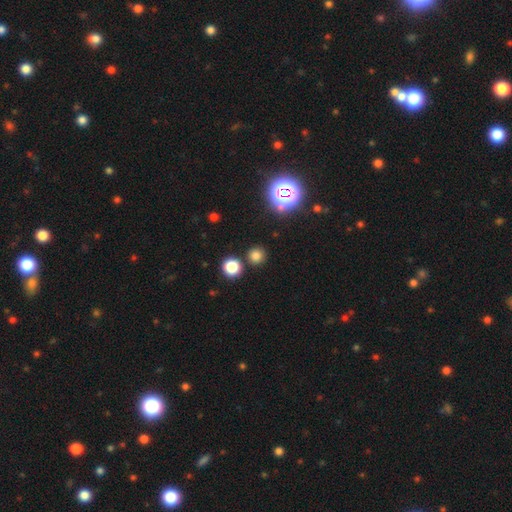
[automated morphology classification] A smooth galaxy with no disk features (74%) that is round (92%).

Vote fractions:
- Smooth or featured? smooth: 74% / star or artifact: 21% / featured or disk: 5%
- How rounded? round: 92% / in between: 7% / cigar-shaped: 1%
- Merging? none: 85% / minor disturbance: 6% / merger: 6% / major disturbance: 3%